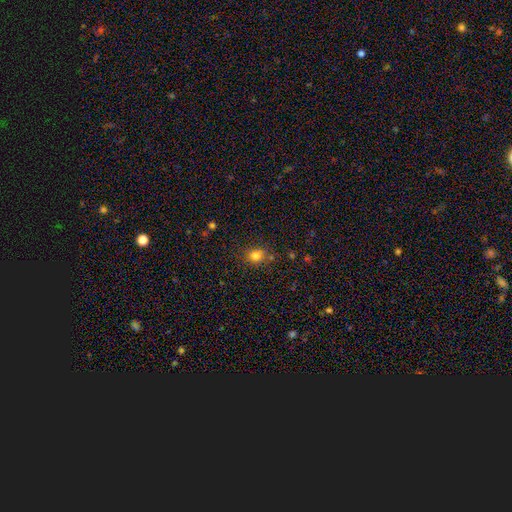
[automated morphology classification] type=smooth (80%); roundness=round (62%); merging=none (75%).